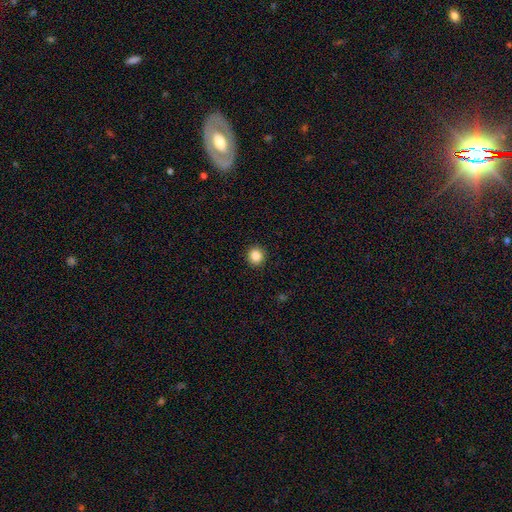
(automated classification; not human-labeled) A smooth galaxy with no disk features (86%) that is round (89%). Merging: none (92%).